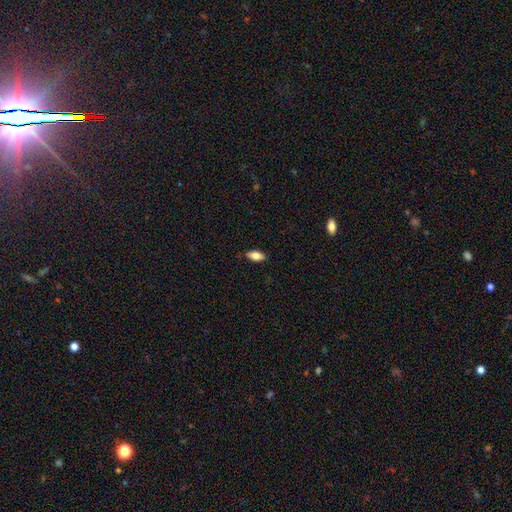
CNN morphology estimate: smooth 80%, featured or disk 13%, star or artifact 7%. Down the decision tree: how rounded — in between (88%); merging — none (86%).